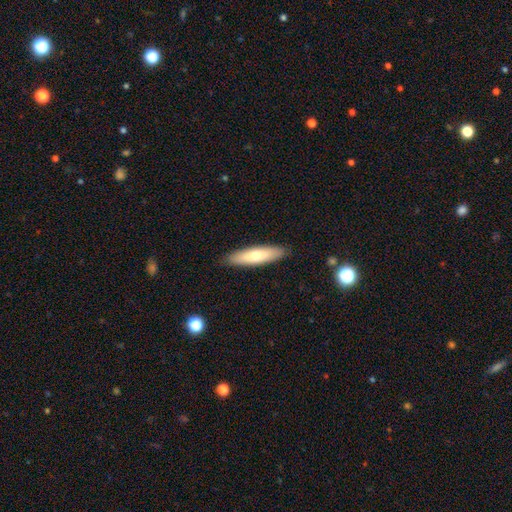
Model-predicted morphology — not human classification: This appears to be a smooth galaxy with no disk features (64%) that is cigar-shaped (69%). Merging: none (90%).